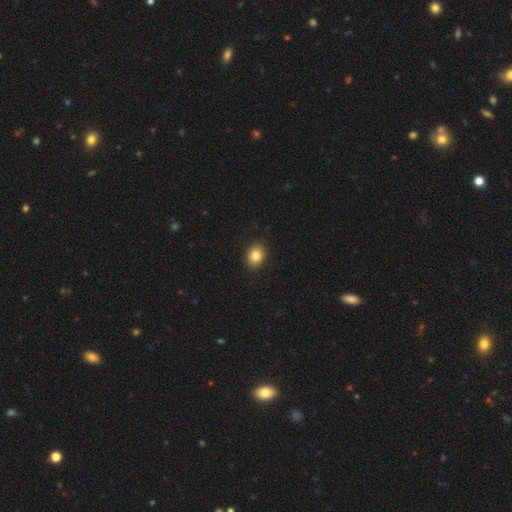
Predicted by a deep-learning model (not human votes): This is clearly a smooth galaxy (84%). How rounded: possibly round (52%). Merging: clearly none (91%).